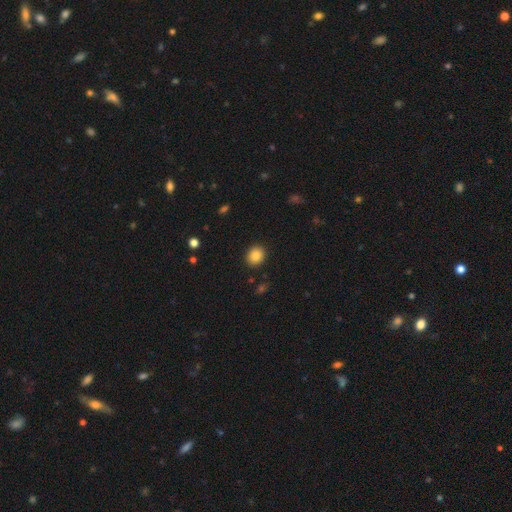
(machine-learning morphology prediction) A smooth galaxy with no disk features (85%) that is round (73%).

Vote fractions:
- Smooth or featured? smooth: 85% / star or artifact: 10% / featured or disk: 5%
- How rounded? round: 73% / in between: 26% / cigar-shaped: 1%
- Merging? none: 91% / minor disturbance: 6% / major disturbance: 2% / merger: 1%